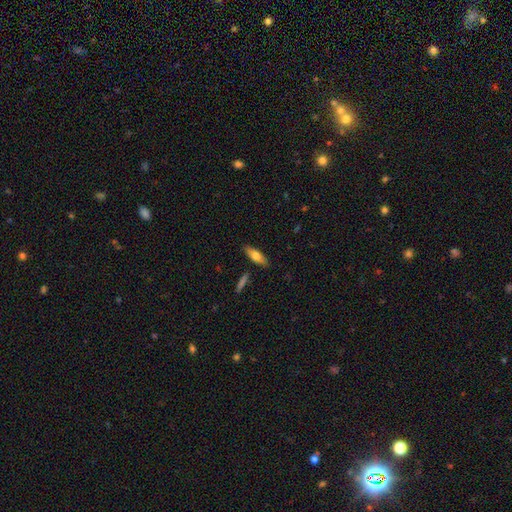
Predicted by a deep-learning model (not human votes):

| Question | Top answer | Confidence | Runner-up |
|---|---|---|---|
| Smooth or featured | smooth | 67% | featured or disk (27%) |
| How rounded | in between | 58% | cigar-shaped (39%) |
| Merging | none | 84% | minor disturbance (11%) |